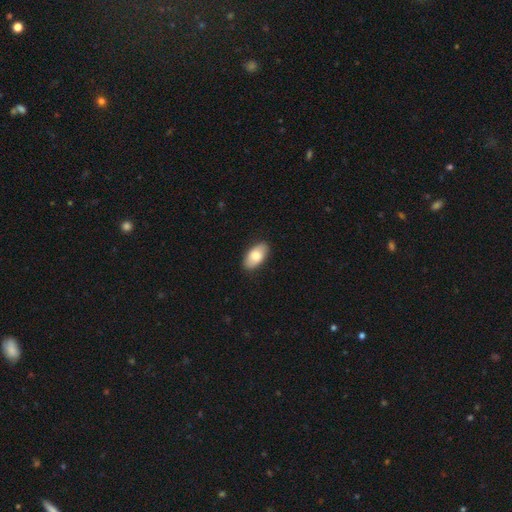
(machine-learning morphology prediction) smooth-or-featured: smooth: 78% | featured or disk: 16% | star or artifact: 6%
  how-rounded: in between: 94% | round: 3% | cigar-shaped: 2%
  merging: none: 88% | minor disturbance: 9% | major disturbance: 2% | merger: 1%